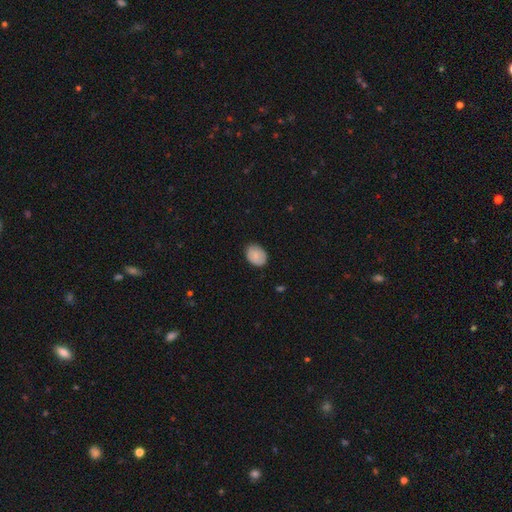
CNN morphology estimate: Smooth or featured? Predicted: smooth (p=0.80). How rounded? Predicted: in between (p=0.69). Merging? Predicted: none (p=0.80).